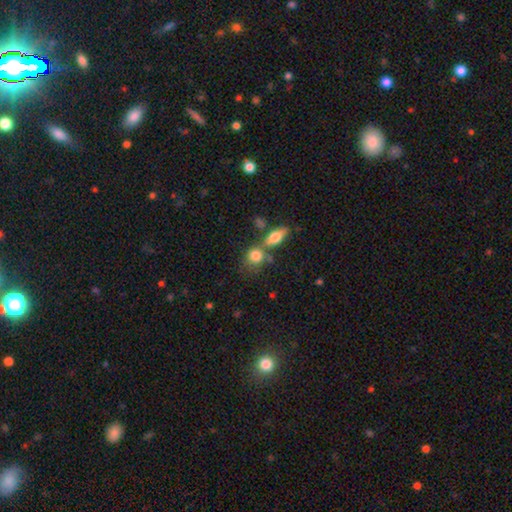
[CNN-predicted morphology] This appears to be a smooth galaxy with no disk features (80%) that is round (59%). Merging: none (45%).